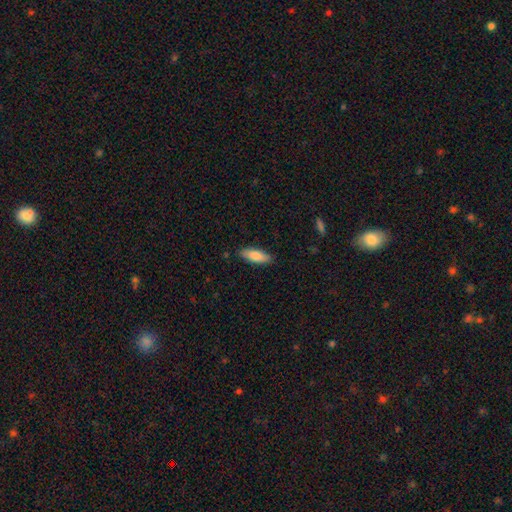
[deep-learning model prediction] Q: Smooth or featured?
A: smooth (83%); runner-up: featured or disk (11%)
Q: How rounded?
A: in between (60%); runner-up: cigar-shaped (39%)
Q: Merging?
A: none (86%); runner-up: minor disturbance (11%)